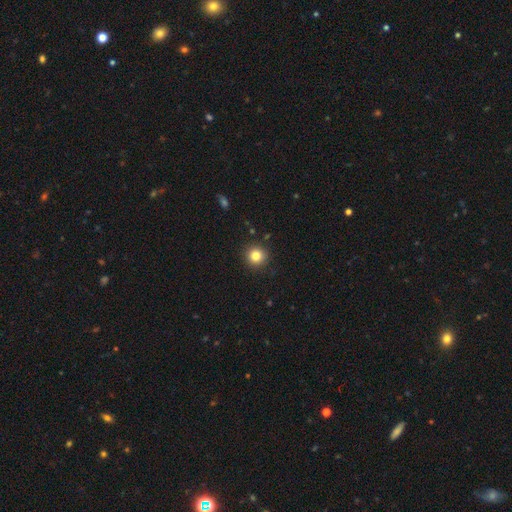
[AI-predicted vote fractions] A smooth galaxy with no disk features (83%) that is round (94%). Merging: none (91%).